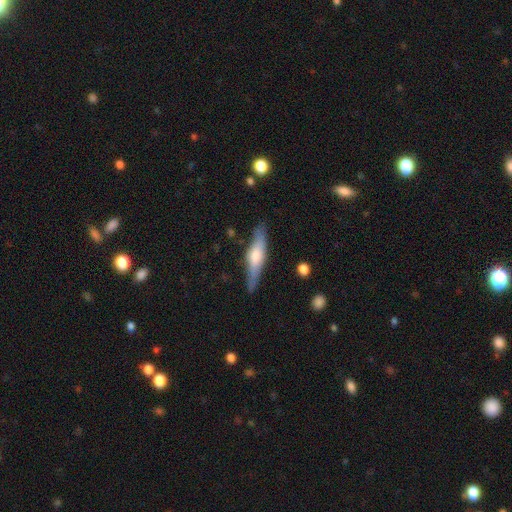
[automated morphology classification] The model was most divided on "smooth or featured": featured or disk: 51%, smooth: 44%, star or artifact: 6%. More confident: edge-on disk — yes (91%); merging — none (79%).